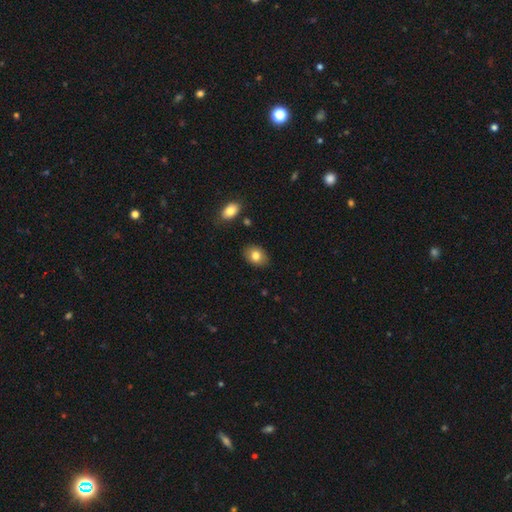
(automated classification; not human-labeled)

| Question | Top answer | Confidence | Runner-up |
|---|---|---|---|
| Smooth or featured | smooth | 80% | featured or disk (12%) |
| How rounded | in between | 70% | round (29%) |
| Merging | none | 82% | minor disturbance (13%) |